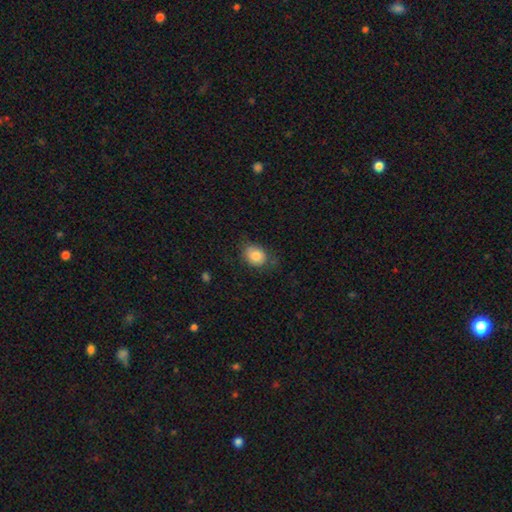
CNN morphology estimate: This appears to be a smooth galaxy with no disk features (83%) that is in between round and cigar-shaped (58%). Merging: none (67%).